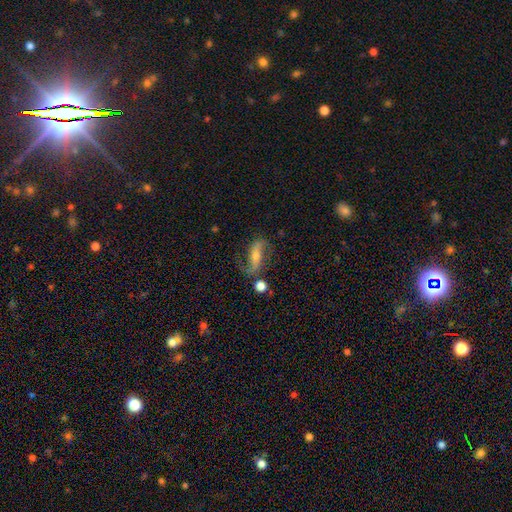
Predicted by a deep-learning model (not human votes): smooth_or_featured: featured or disk (p=0.81) [alt: smooth p=0.11]
disk_edge_on: no (p=0.92) [alt: yes p=0.08]
bar: strong (p=0.39) [alt: no p=0.31]
has_spiral_arms: yes (p=0.94) [alt: no p=0.06]
spiral_winding: loose (p=0.65) [alt: medium p=0.26]
spiral_arm_count: 2 (p=0.91) [alt: 1 p=0.04]
bulge_size: small (p=0.48) [alt: moderate p=0.44]
merging: none (p=0.69) [alt: minor disturbance p=0.15]